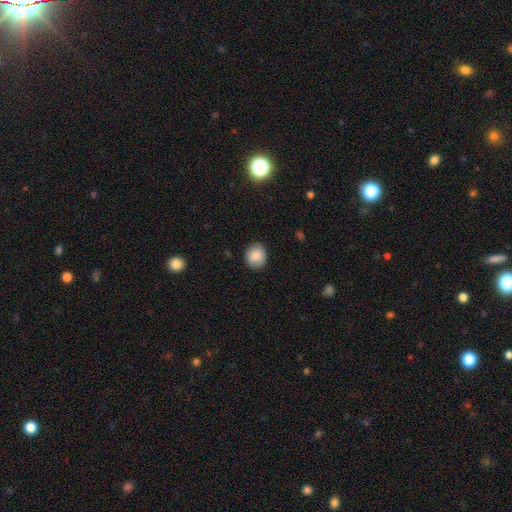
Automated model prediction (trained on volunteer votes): smooth 84%, featured or disk 8%, star or artifact 8%. Down the decision tree: how rounded — round (70%); merging — none (87%).